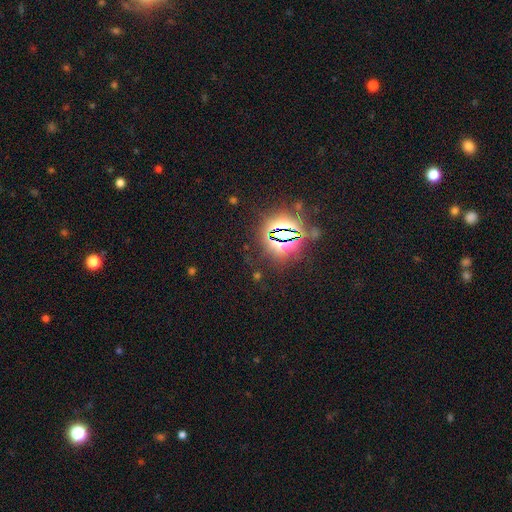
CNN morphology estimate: smooth_or_featured: star or artifact (p=0.83) [alt: smooth p=0.09]